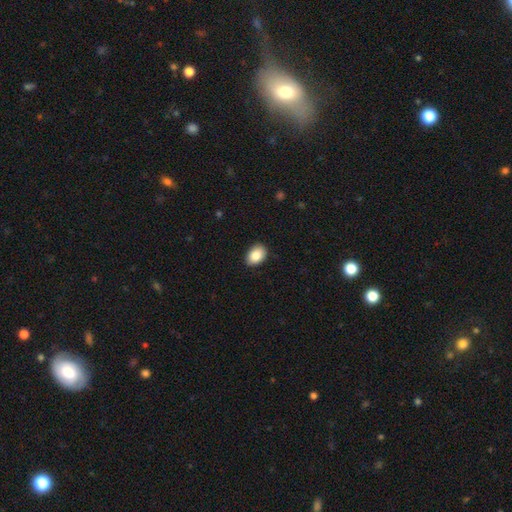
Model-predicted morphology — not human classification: type=smooth (86%); roundness=in between (81%); merging=none (86%).